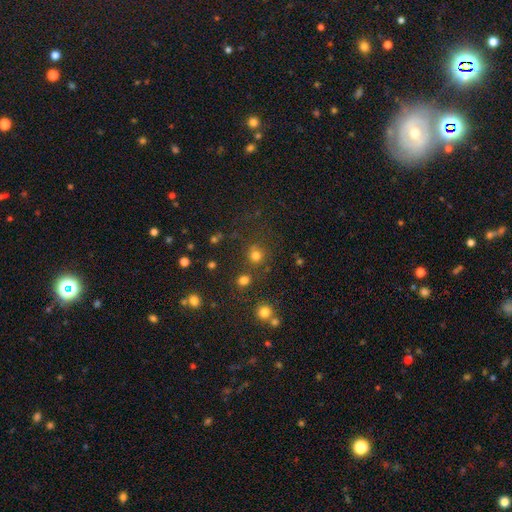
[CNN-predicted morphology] Smooth or featured? smooth (72%)
How rounded? round (90%)
Merging? none (75%)